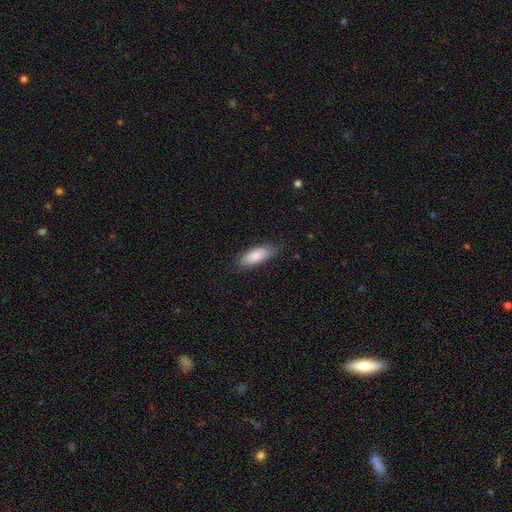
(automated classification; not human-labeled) A smooth galaxy with no disk features (83%) that is in between round and cigar-shaped (76%).

Vote fractions:
- Smooth or featured? smooth: 83% / featured or disk: 11% / star or artifact: 6%
- How rounded? in between: 76% / cigar-shaped: 22% / round: 2%
- Merging? none: 78% / minor disturbance: 18% / major disturbance: 3% / merger: 1%